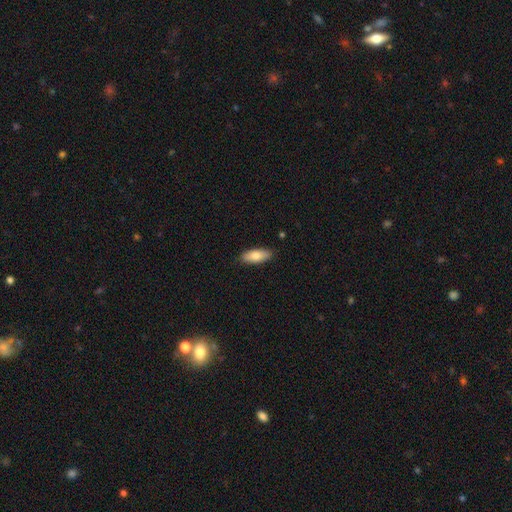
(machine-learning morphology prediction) smooth 81%, featured or disk 13%, star or artifact 6%. Down the decision tree: how rounded — in between (73%); merging — none (88%).